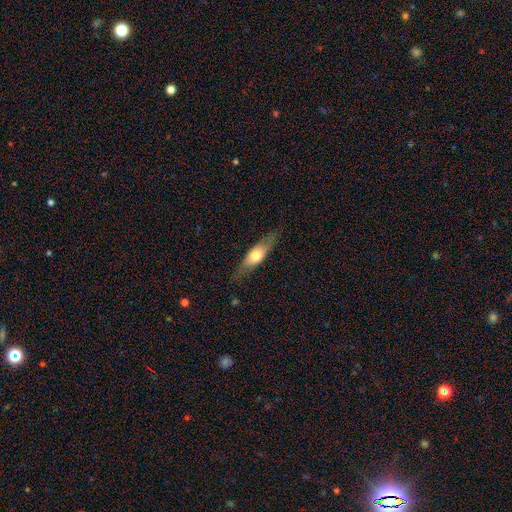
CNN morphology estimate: Smooth or featured: smooth — 55% (featured or disk — 39%)
How rounded: cigar-shaped — 49% (in between — 48%)
Merging: none — 77% (minor disturbance — 17%)